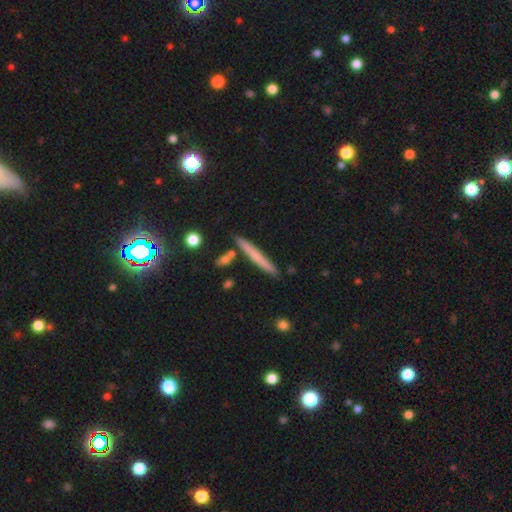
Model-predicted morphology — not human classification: Smooth or featured?
  - smooth: 56% *
  - featured or disk: 35%
  - star or artifact: 9%
How rounded?
  - cigar-shaped: 95% *
  - in between: 3%
  - round: 2%
Merging?
  - none: 85% *
  - minor disturbance: 9%
  - merger: 5%
  - major disturbance: 2%